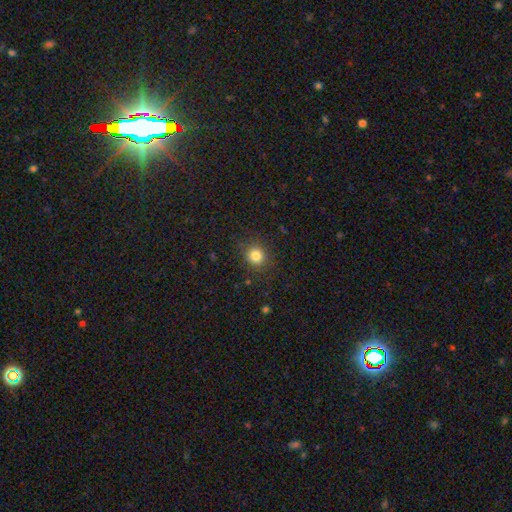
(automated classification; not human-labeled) smooth-or-featured: smooth: 82% | star or artifact: 13% | featured or disk: 5%
  how-rounded: round: 86% | in between: 13% | cigar-shaped: 1%
  merging: none: 87% | minor disturbance: 8% | major disturbance: 3% | merger: 1%